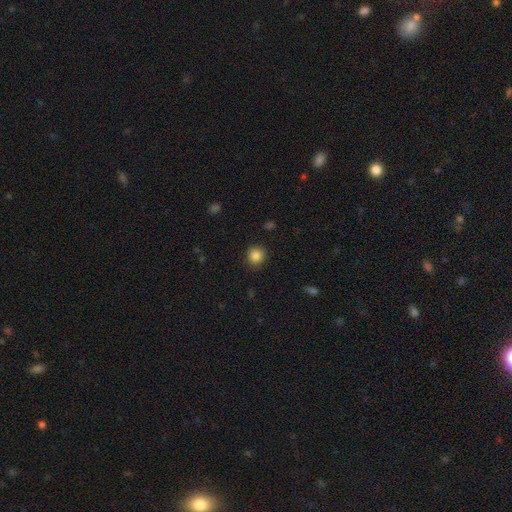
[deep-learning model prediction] smooth 86%, star or artifact 10%, featured or disk 4%. Down the decision tree: how rounded — round (88%); merging — none (89%).